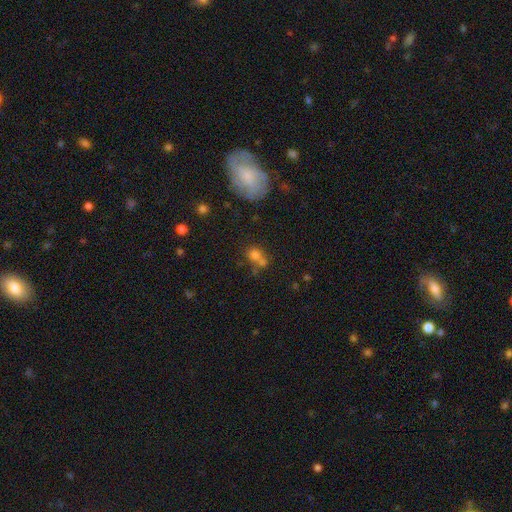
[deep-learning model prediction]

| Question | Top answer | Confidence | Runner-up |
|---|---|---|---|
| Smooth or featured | smooth | 66% | star or artifact (19%) |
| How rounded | round | 75% | in between (24%) |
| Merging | none | 47% | merger (37%) |